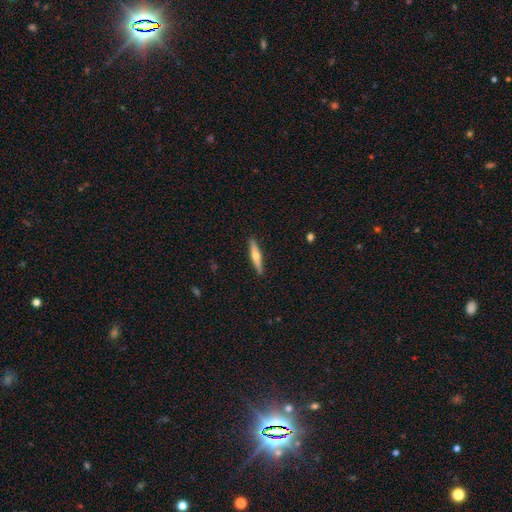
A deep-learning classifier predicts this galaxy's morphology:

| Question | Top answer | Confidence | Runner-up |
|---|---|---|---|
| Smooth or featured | featured or disk | 54% | smooth (41%) |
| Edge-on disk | yes | 96% | no (4%) |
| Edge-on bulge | rounded | 91% | none (6%) |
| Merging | none | 91% | minor disturbance (7%) |